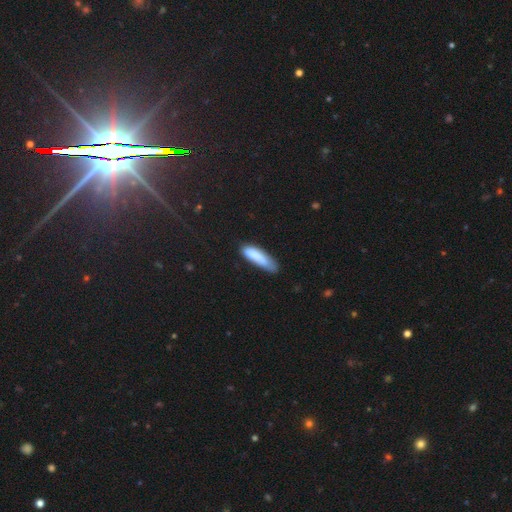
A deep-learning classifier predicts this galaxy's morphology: Smooth or featured?
  - smooth: 84% *
  - featured or disk: 10%
  - star or artifact: 6%
How rounded?
  - cigar-shaped: 66% *
  - in between: 33%
  - round: 1%
Merging?
  - none: 53% *
  - minor disturbance: 34%
  - major disturbance: 9%
  - merger: 4%